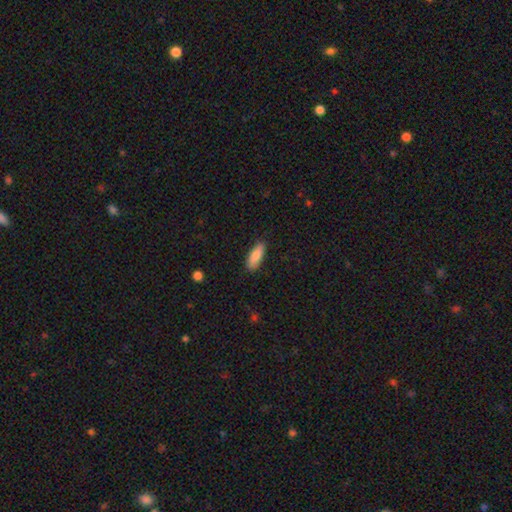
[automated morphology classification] Smooth or featured?
  - smooth: 85% *
  - featured or disk: 8%
  - star or artifact: 6%
How rounded?
  - in between: 67% *
  - cigar-shaped: 31%
  - round: 2%
Merging?
  - none: 86% *
  - minor disturbance: 10%
  - major disturbance: 2%
  - merger: 1%